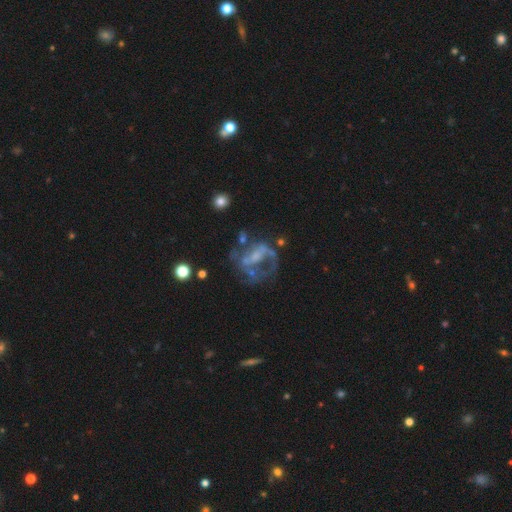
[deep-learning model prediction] Overall: featured or disk (75%). Edge-on disk: no (96%). Bar: weak (37%; no 33%). Spiral arms: yes (62%; no 38%). Bulge size: small (37%; none 35%). Merging: none (39%; major disturbance 36%).